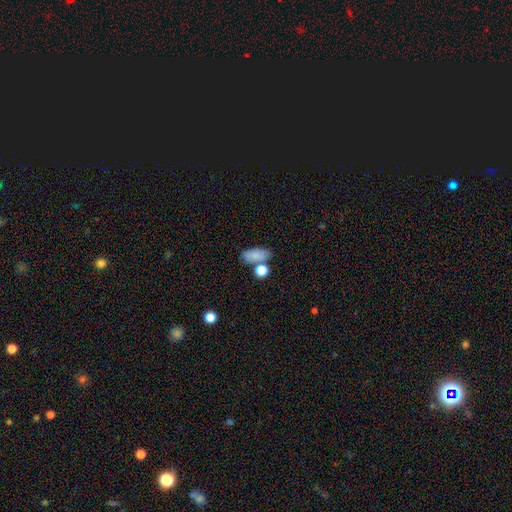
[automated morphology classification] type=smooth (82%); roundness=in between (82%); merging=none (64%).